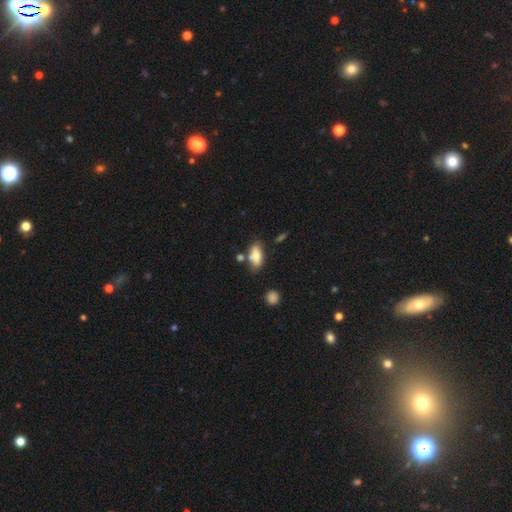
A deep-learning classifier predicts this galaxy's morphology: smooth 71%, featured or disk 21%, star or artifact 8%. Down the decision tree: how rounded — in between (86%); merging — none (64%).